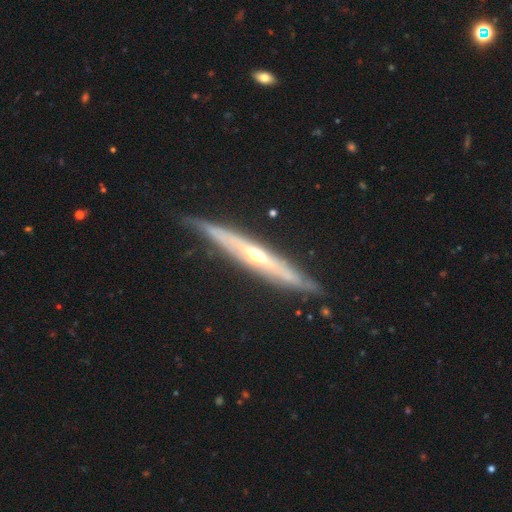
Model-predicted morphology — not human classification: This is likely a featured or disk galaxy (78%). It is clearly viewed edge-on (87%). Edge-on bulge: likely rounded (74%). Merging: likely none (79%).